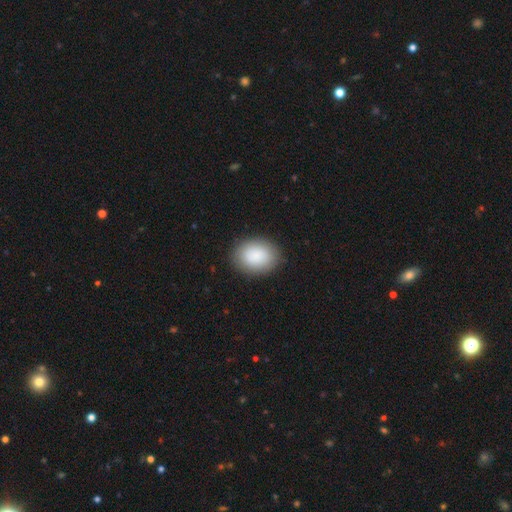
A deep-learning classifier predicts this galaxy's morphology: smooth_or_featured: smooth (p=0.88) [alt: star or artifact p=0.06]
how_rounded: in between (p=0.59) [alt: round p=0.40]
merging: none (p=0.86) [alt: minor disturbance p=0.10]